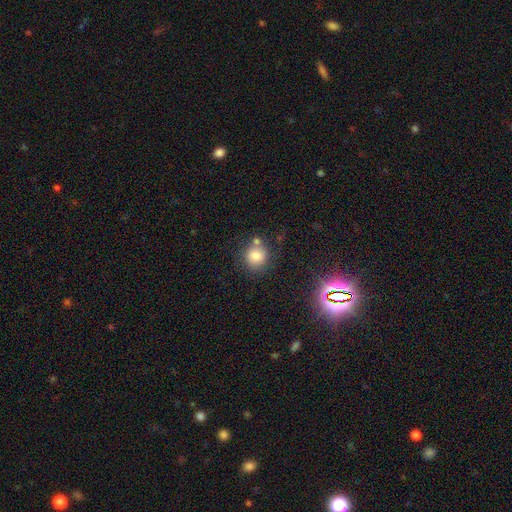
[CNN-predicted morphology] smooth 80%, star or artifact 13%, featured or disk 8%. Down the decision tree: how rounded — round (86%); merging — none (69%).